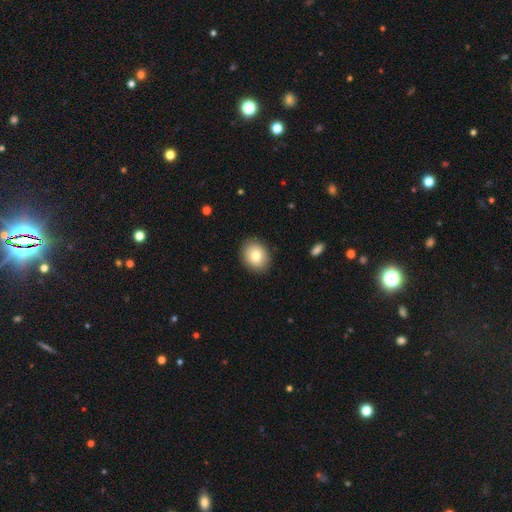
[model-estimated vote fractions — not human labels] smooth-or-featured: smooth: 80% | featured or disk: 12% | star or artifact: 8%
  how-rounded: round: 55% | in between: 44% | cigar-shaped: 1%
  merging: none: 88% | minor disturbance: 8% | major disturbance: 2% | merger: 1%